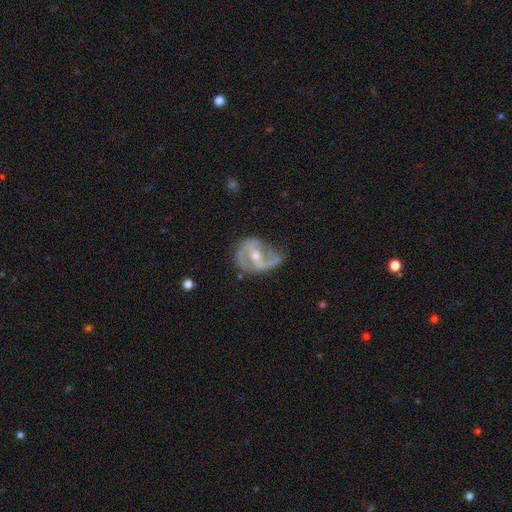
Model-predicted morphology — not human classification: type=featured or disk (85%); edge-on=no (97%); bar=weak (40%); spiral arms=yes (89%); winding=medium (44%); arm count=2 (74%); bulge=moderate (61%); merging=none (47%).